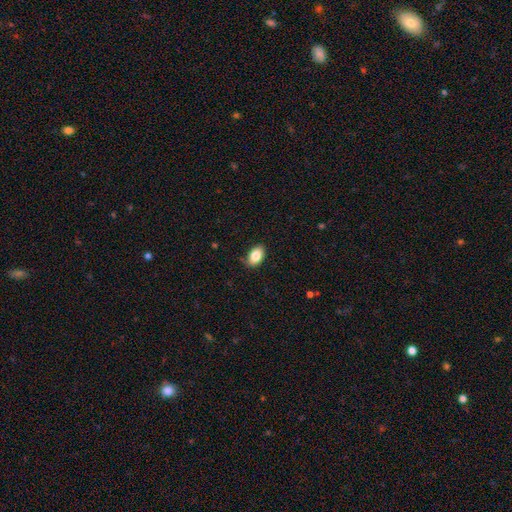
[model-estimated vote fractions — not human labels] This is clearly a smooth galaxy (85%). How rounded: clearly in between (90%). Merging: clearly none (82%).